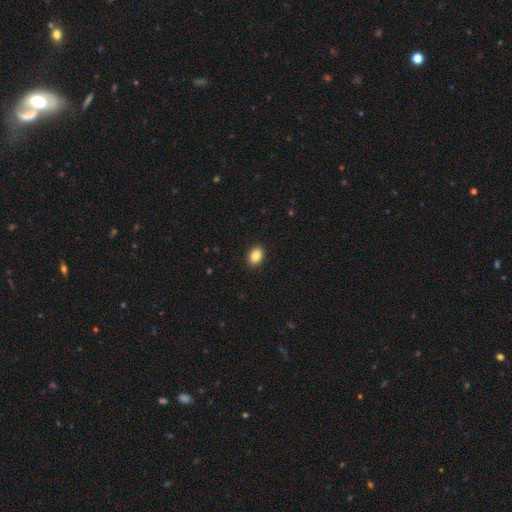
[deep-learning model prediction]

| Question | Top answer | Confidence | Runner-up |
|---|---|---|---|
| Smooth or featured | smooth | 87% | star or artifact (8%) |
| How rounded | in between | 81% | round (18%) |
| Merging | none | 91% | minor disturbance (7%) |